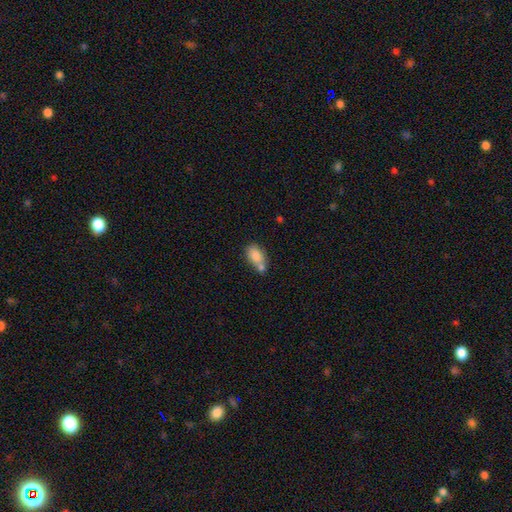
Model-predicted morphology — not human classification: Smooth or featured: smooth — 81% (featured or disk — 11%)
How rounded: in between — 85% (round — 12%)
Merging: merger — 42% (none — 38%)